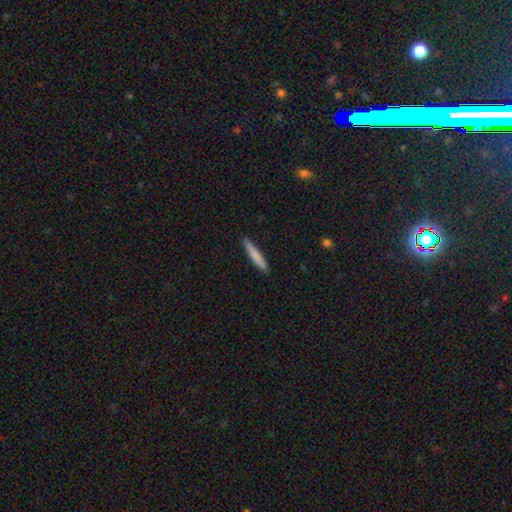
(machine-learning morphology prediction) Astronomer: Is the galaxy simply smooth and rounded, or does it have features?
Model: smooth — 79%.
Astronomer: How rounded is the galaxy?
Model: cigar-shaped — 94%.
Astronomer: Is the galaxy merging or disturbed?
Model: none — 90%.